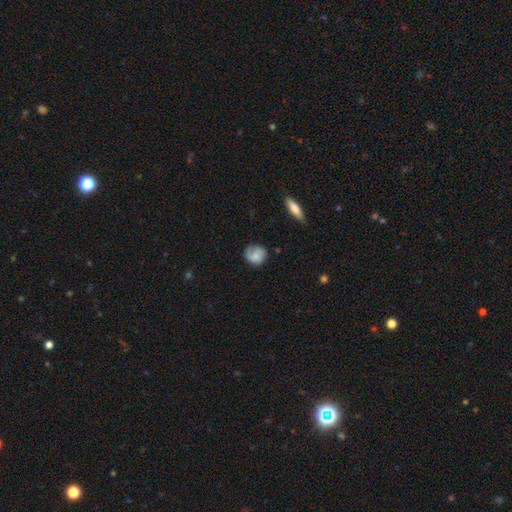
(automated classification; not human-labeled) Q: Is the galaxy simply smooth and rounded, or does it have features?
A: smooth — 59%.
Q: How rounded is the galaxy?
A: round — 76%.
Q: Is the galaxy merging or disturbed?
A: none — 64%.